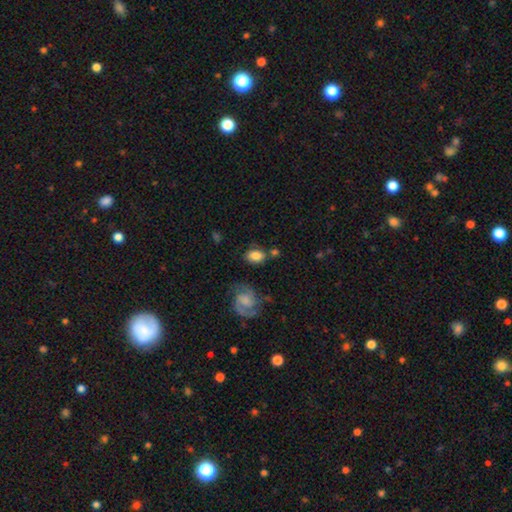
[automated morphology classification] This is likely a smooth galaxy (76%). How rounded: likely in between (77%). Merging: likely none (64%).